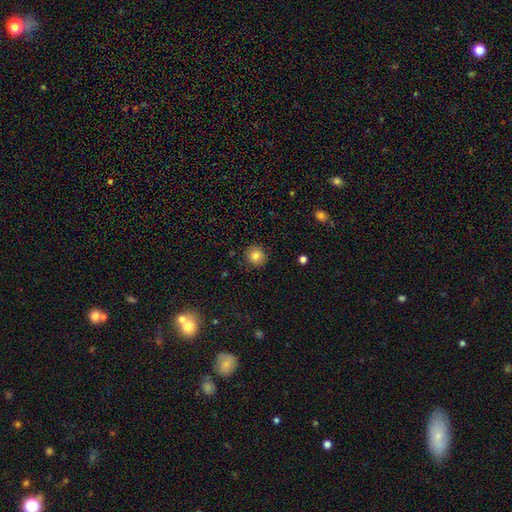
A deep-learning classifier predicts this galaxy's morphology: This is clearly a smooth galaxy (81%). How rounded: clearly round (91%). Merging: clearly none (90%).